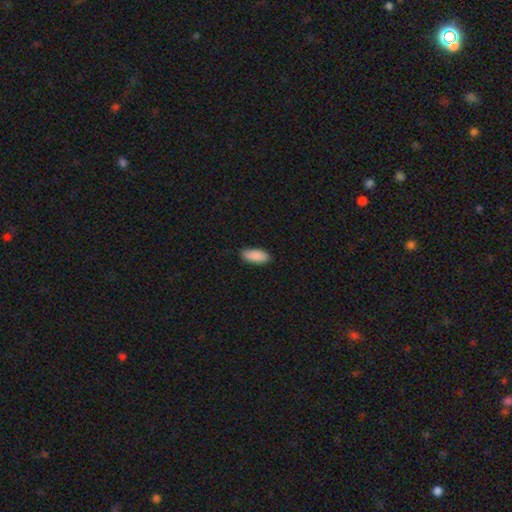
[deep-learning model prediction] This is clearly a smooth galaxy (90%). How rounded: clearly in between (83%). Merging: clearly none (86%).